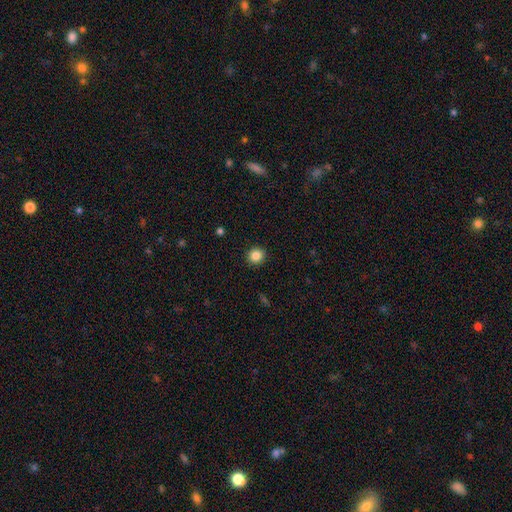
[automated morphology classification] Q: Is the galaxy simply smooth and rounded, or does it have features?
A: smooth — 85%.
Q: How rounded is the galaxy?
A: round — 90%.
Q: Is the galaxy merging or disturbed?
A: none — 92%.